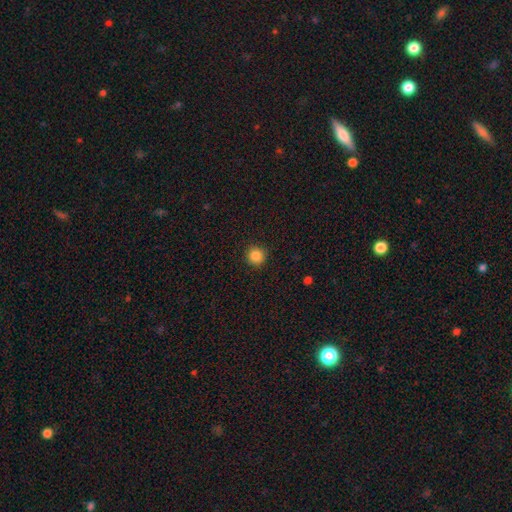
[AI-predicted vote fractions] smooth-or-featured: smooth: 86% | star or artifact: 10% | featured or disk: 3%
  how-rounded: round: 95% | in between: 4% | cigar-shaped: 1%
  merging: none: 92% | minor disturbance: 5% | major disturbance: 2% | merger: 1%